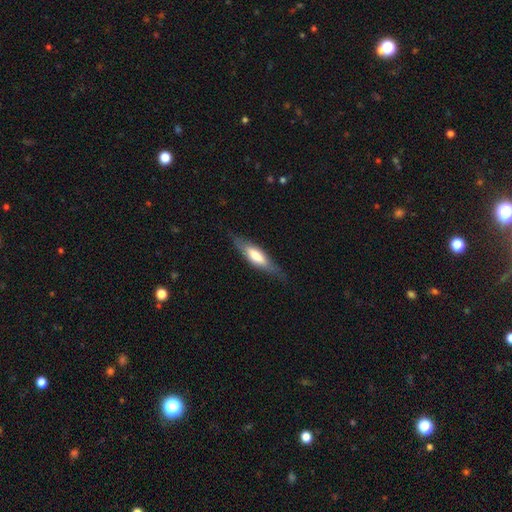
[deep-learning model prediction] smooth 54%, featured or disk 41%, star or artifact 6%. Down the decision tree: how rounded — cigar-shaped (61%); merging — none (77%).